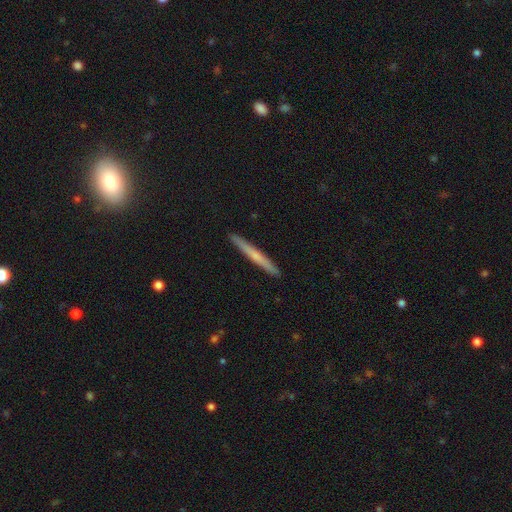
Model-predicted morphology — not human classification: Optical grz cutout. It shows a smooth galaxy with no disk features (51%) that is cigar-shaped (97%). Merging: none (92%).